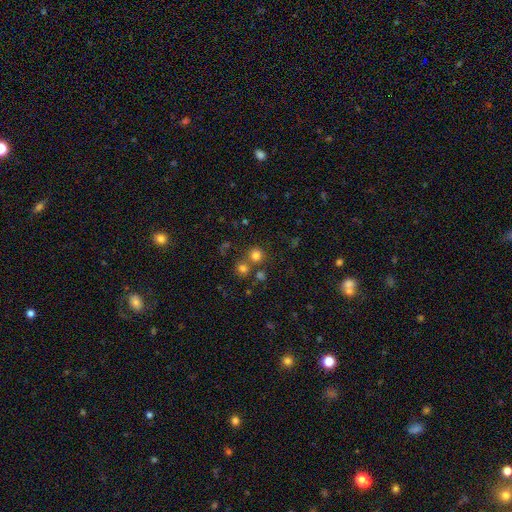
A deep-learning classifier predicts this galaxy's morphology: A smooth galaxy with no disk features (75%) that is round (91%). Merging: none (67%).